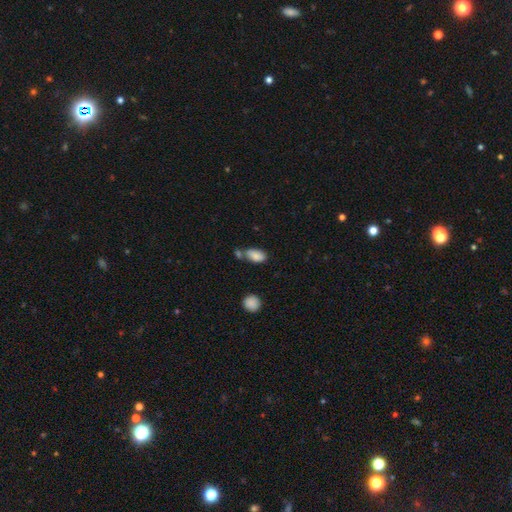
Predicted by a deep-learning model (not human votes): Q: Smooth or featured?
A: smooth (85%); runner-up: star or artifact (8%)
Q: How rounded?
A: in between (92%); runner-up: cigar-shaped (4%)
Q: Merging?
A: none (48%); runner-up: merger (29%)